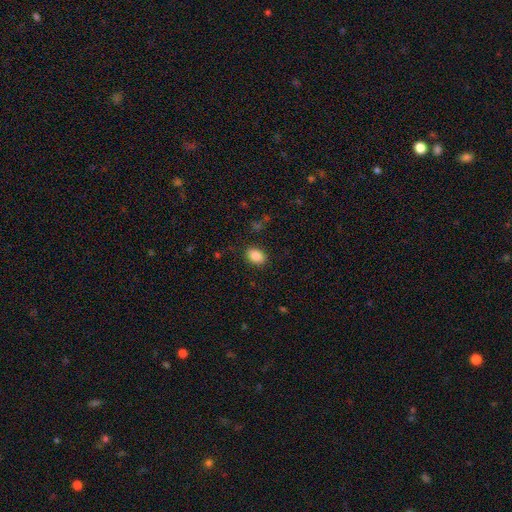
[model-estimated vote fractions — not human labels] This appears to be a smooth galaxy with no disk features (88%) that is in between round and cigar-shaped (78%). Merging: none (87%).